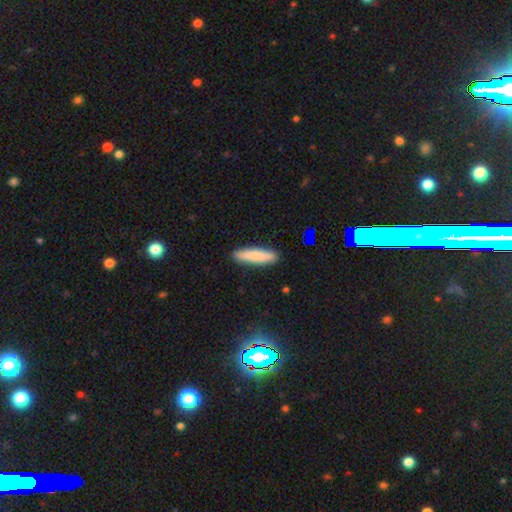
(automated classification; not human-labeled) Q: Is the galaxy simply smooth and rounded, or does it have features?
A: smooth — 80%.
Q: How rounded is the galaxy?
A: cigar-shaped — 84%.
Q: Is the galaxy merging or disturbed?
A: none — 89%.